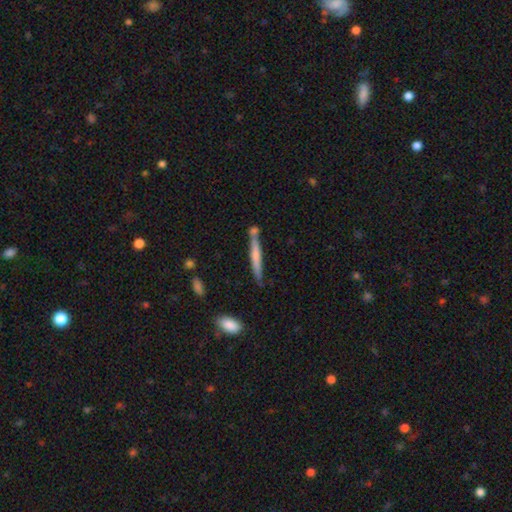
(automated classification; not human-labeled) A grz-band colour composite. It shows a smooth galaxy with no disk features (55%) that is cigar-shaped (95%). Merging: none (66%).